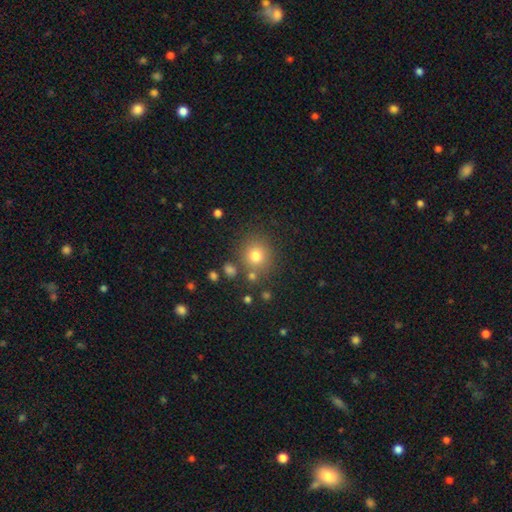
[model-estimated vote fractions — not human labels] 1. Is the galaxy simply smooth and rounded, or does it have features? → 77% smooth, 14% star or artifact, 9% featured or disk.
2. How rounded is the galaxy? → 89% round, 10% in between, 1% cigar-shaped.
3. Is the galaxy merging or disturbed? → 79% none, 10% minor disturbance, 7% merger, 4% major disturbance.